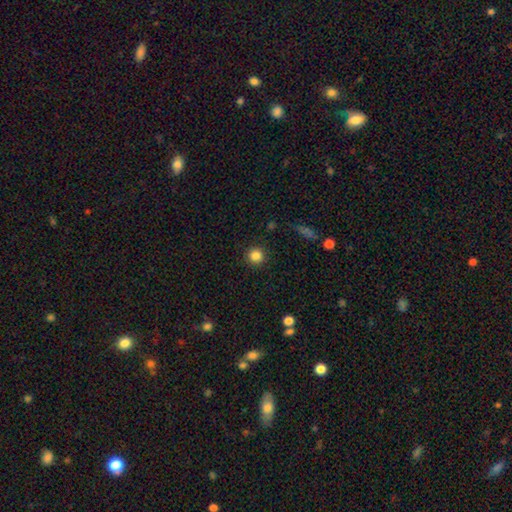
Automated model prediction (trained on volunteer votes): Smooth or featured? smooth (85%)
How rounded? round (95%)
Merging? none (91%)